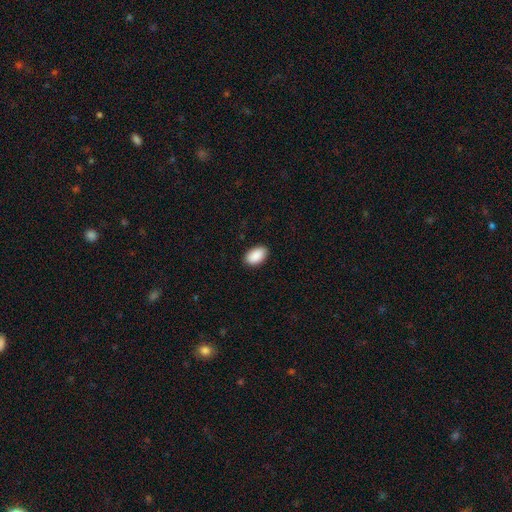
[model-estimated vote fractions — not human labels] This is clearly a smooth galaxy (91%). How rounded: clearly in between (94%). Merging: clearly none (88%).